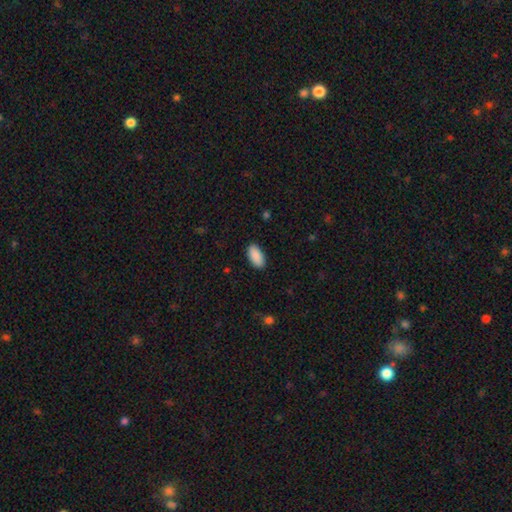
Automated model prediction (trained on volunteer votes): Overall: smooth (91%). How rounded: in between (94%). Merging: none (89%).